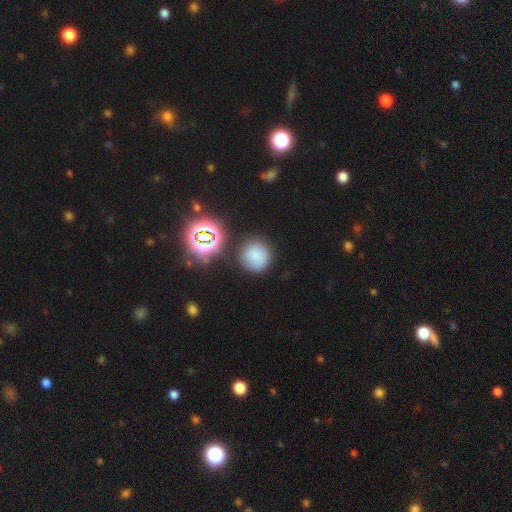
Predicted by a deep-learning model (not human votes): Morphology: type=smooth (74%); roundness=round (92%); merging=none (79%).